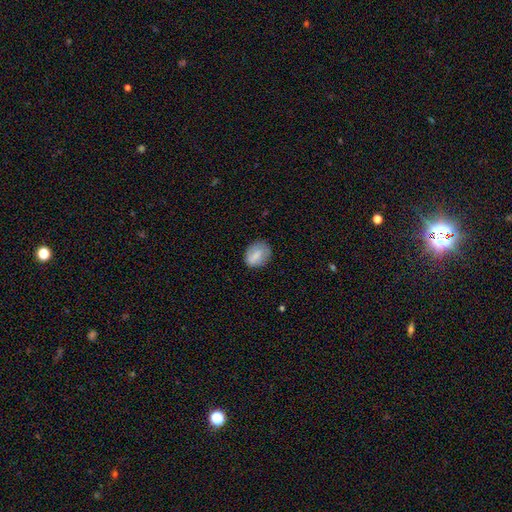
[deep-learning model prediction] This is likely a smooth galaxy (74%). How rounded: likely in between (60%). Merging: likely none (74%).